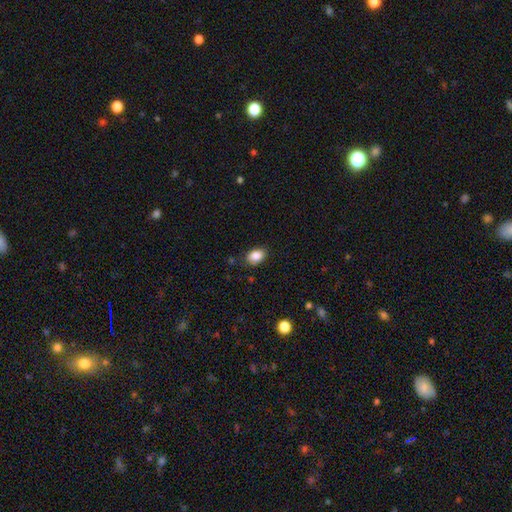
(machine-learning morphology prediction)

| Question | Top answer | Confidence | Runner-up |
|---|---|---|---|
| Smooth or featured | smooth | 88% | star or artifact (8%) |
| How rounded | in between | 79% | round (19%) |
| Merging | none | 83% | minor disturbance (13%) |